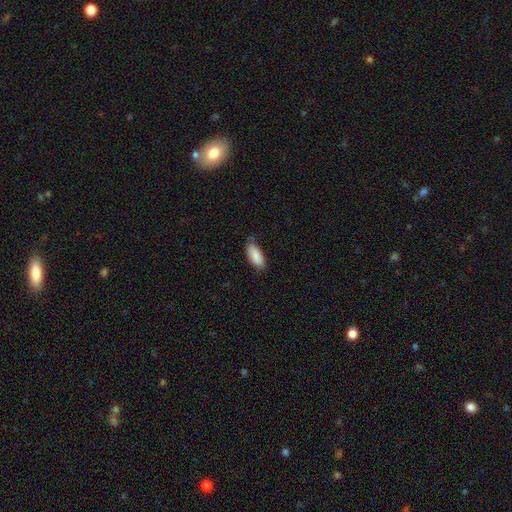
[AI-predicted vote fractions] Morphology: type=smooth (88%); roundness=in between (85%); merging=none (71%).